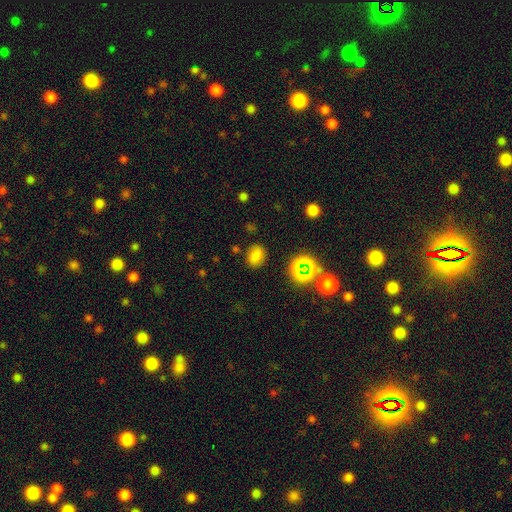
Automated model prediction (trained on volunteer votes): smooth-or-featured: smooth: 73% | star or artifact: 20% | featured or disk: 7%
  how-rounded: in between: 62% | round: 37% | cigar-shaped: 1%
  merging: none: 82% | minor disturbance: 11% | major disturbance: 4% | merger: 3%